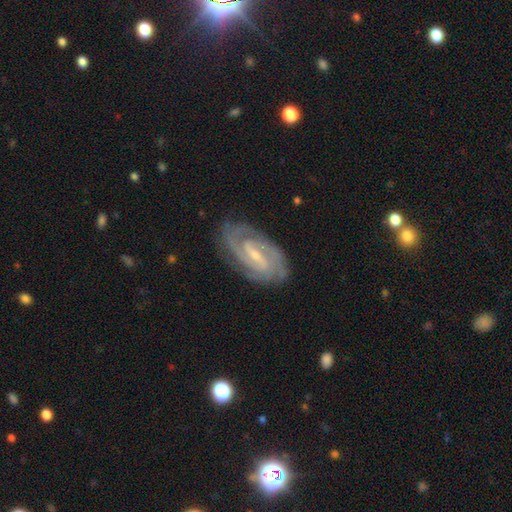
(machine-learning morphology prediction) This is clearly a featured or disk galaxy (89%). It is clearly not viewed edge-on (96%). Bar: possibly weak (49%). Spiral arm pattern: clearly yes (98%). Spiral arm count: likely 2 (63%). Spiral winding: possibly tight (58%). Central bulge: likely small (70%). Merging: clearly none (81%).